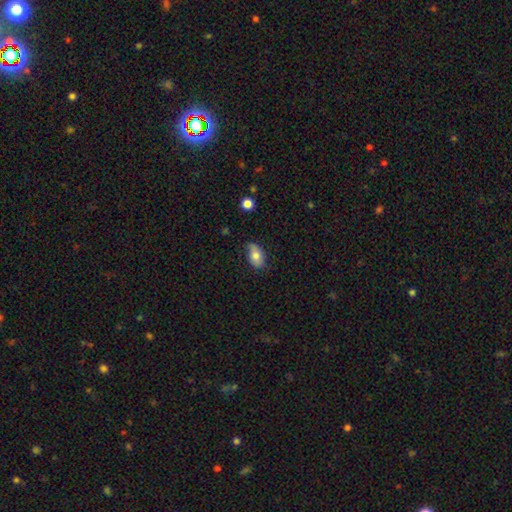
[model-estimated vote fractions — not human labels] Smooth or featured?
  - smooth: 75% *
  - featured or disk: 17%
  - star or artifact: 7%
How rounded?
  - in between: 92% *
  - round: 6%
  - cigar-shaped: 2%
Merging?
  - none: 65% *
  - minor disturbance: 28%
  - major disturbance: 5%
  - merger: 2%